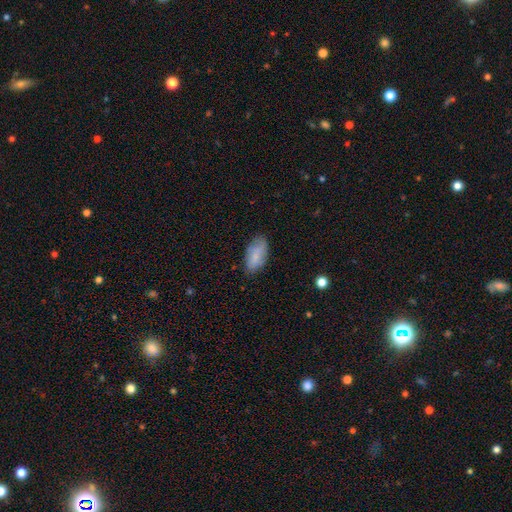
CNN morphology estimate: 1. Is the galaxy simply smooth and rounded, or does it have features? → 82% smooth, 11% featured or disk, 7% star or artifact.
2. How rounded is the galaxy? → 94% in between, 4% cigar-shaped, 3% round.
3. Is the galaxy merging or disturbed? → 75% none, 20% minor disturbance, 4% major disturbance, 1% merger.